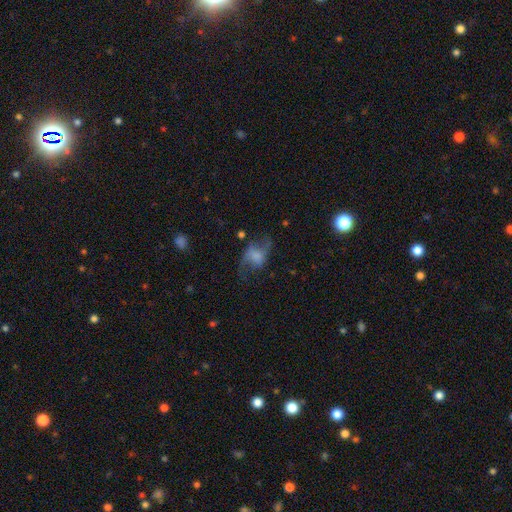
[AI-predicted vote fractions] The model was most divided on "merging": none: 45%, major disturbance: 30%, minor disturbance: 21%, merger: 3%. Remaining: edge-on disk — no (95%); spiral arms — yes (75%); bar — no (59%); smooth or featured — featured or disk (53%); bulge size — none (40%).